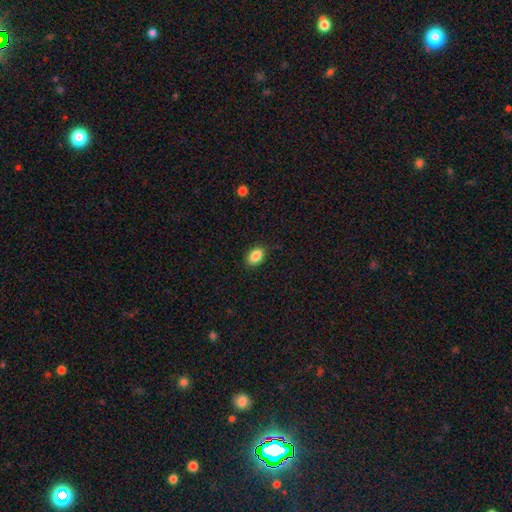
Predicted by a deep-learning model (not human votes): A smooth galaxy with no disk features (88%) that is in between round and cigar-shaped (86%).

Vote fractions:
- Smooth or featured? smooth: 88% / star or artifact: 8% / featured or disk: 4%
- How rounded? in between: 86% / round: 12% / cigar-shaped: 1%
- Merging? none: 86% / minor disturbance: 11% / major disturbance: 2% / merger: 1%